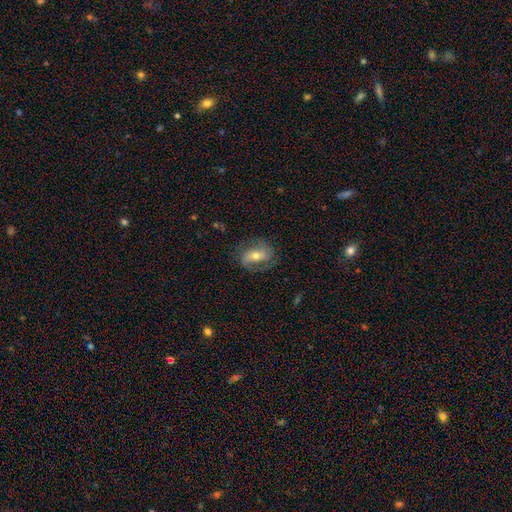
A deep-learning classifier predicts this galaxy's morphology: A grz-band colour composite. It shows a featured or disk galaxy (71%) with a weak bar (37%), 2 (78%) medium (44%) spiral arms (89%) and a moderate central bulge (58%). Merging: none (74%).